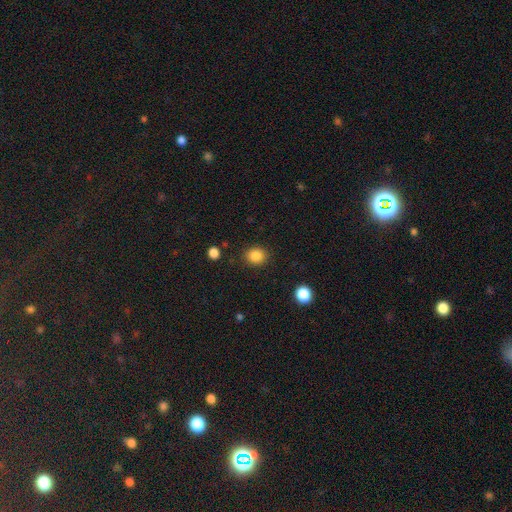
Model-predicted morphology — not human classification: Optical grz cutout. It shows a smooth galaxy with no disk features (86%) that is round (74%). Merging: none (88%).